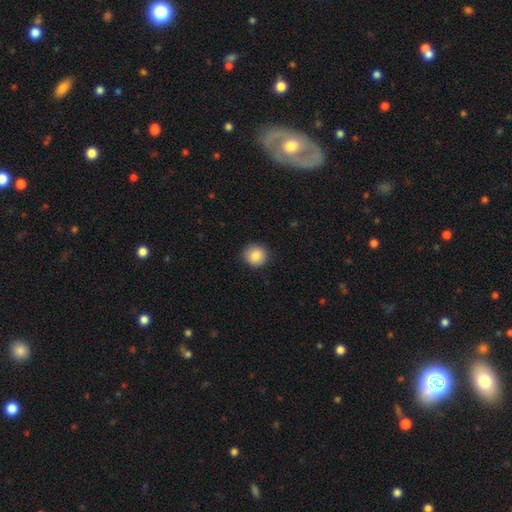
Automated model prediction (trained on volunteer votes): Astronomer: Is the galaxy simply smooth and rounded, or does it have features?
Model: smooth — 86%.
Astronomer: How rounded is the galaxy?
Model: round — 91%.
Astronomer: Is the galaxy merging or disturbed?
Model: none — 89%.